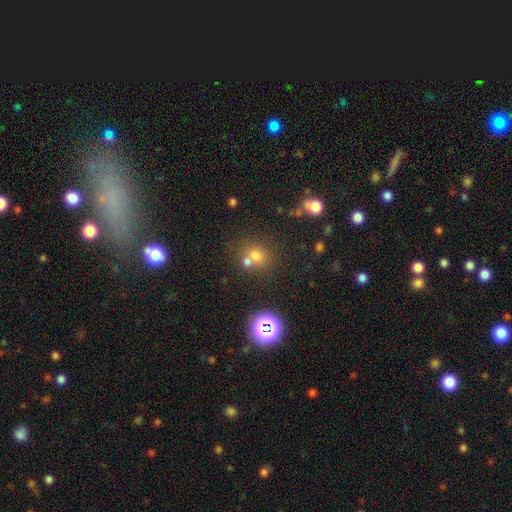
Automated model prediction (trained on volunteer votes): A smooth galaxy with no disk features (63%) that is round (80%). Merging: none (48%).